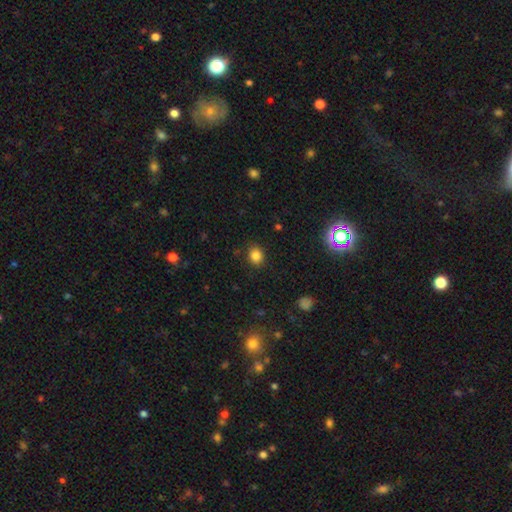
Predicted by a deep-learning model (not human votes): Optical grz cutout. It shows a smooth galaxy with no disk features (83%) that is round (69%). Merging: none (86%).